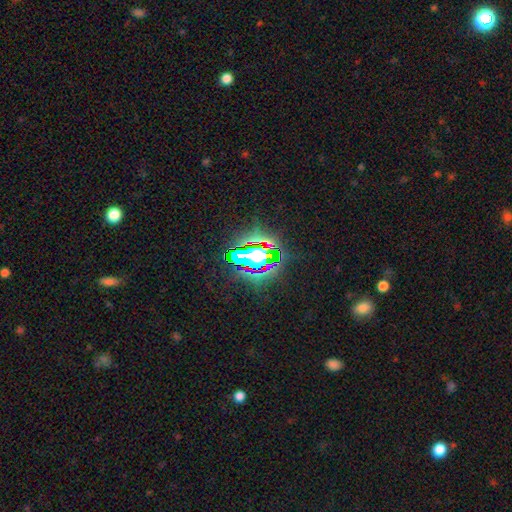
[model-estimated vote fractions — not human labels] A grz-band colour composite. It shows a star or artifact, not a galaxy (70%).